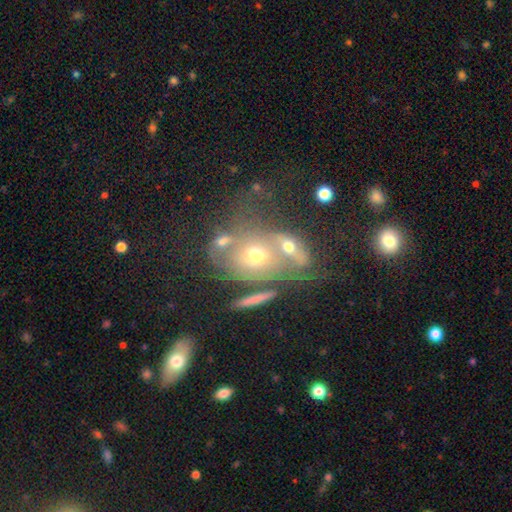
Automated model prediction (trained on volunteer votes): This is possibly a smooth galaxy (49%). Merging: possibly merger (46%).